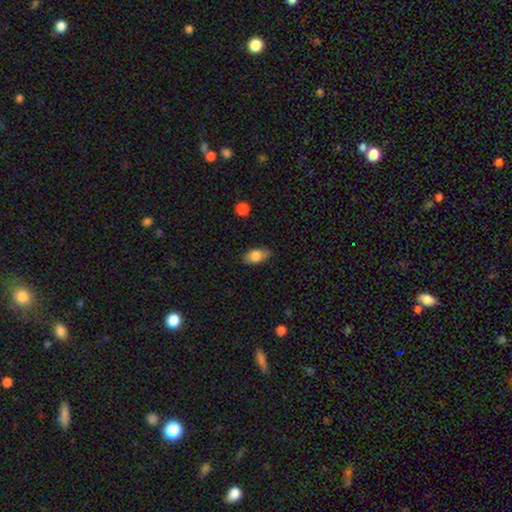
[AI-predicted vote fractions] smooth 80%, featured or disk 12%, star or artifact 8%. Down the decision tree: how rounded — in between (89%); merging — none (83%).